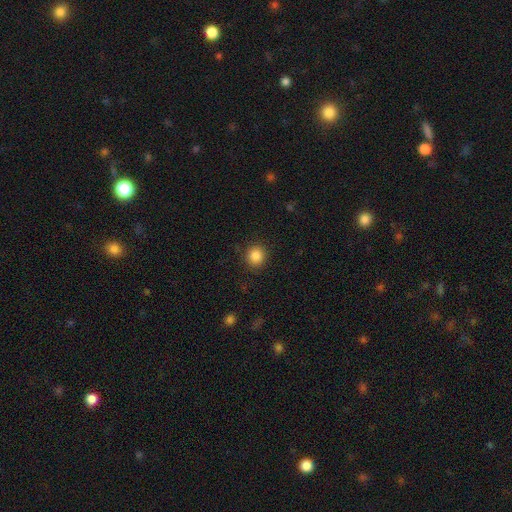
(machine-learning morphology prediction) Smooth or featured?
  - smooth: 85% *
  - star or artifact: 11%
  - featured or disk: 4%
How rounded?
  - round: 89% *
  - in between: 10%
  - cigar-shaped: 1%
Merging?
  - none: 90% *
  - minor disturbance: 7%
  - major disturbance: 3%
  - merger: 1%